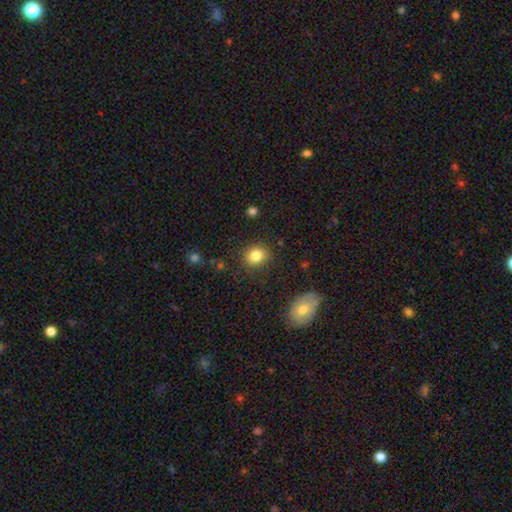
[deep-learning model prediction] A smooth galaxy with no disk features (84%) that is round (70%). Merging: none (85%).